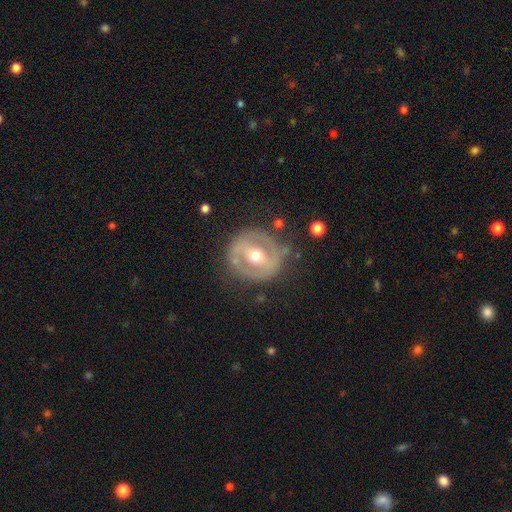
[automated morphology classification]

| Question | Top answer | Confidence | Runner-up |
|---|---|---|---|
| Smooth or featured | featured or disk | 71% | smooth (23%) |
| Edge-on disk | no | 95% | yes (5%) |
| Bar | strong | 39% | weak (37%) |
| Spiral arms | no | 61% | yes (39%) |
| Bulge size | moderate | 70% | small (25%) |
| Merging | none | 74% | minor disturbance (16%) |